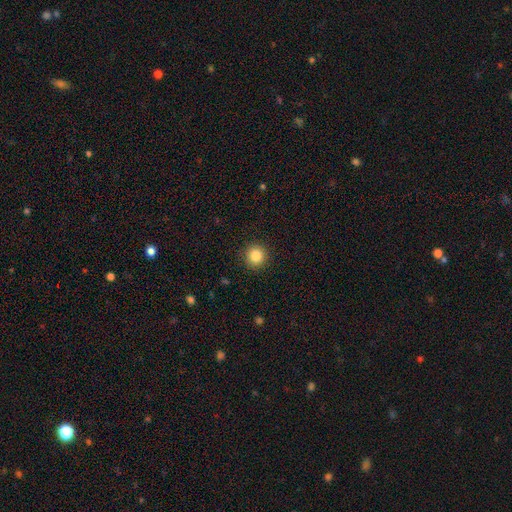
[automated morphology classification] A smooth galaxy with no disk features (85%) that is round (94%). Merging: none (92%).